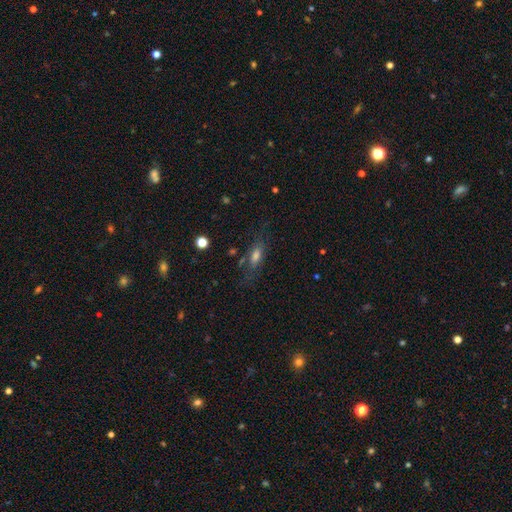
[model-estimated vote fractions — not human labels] Smooth or featured: smooth — 53% (featured or disk — 32%)
How rounded: in between — 60% (cigar-shaped — 34%)
Merging: none — 67% (minor disturbance — 19%)